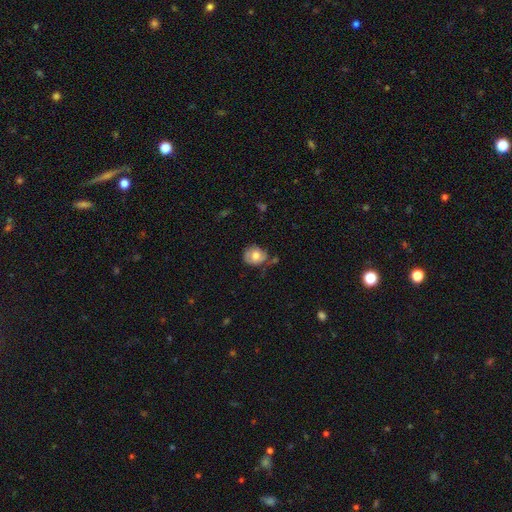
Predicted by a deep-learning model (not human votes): Q: Smooth or featured?
A: smooth (61%); runner-up: featured or disk (31%)
Q: How rounded?
A: round (61%); runner-up: in between (38%)
Q: Merging?
A: none (51%); runner-up: minor disturbance (31%)